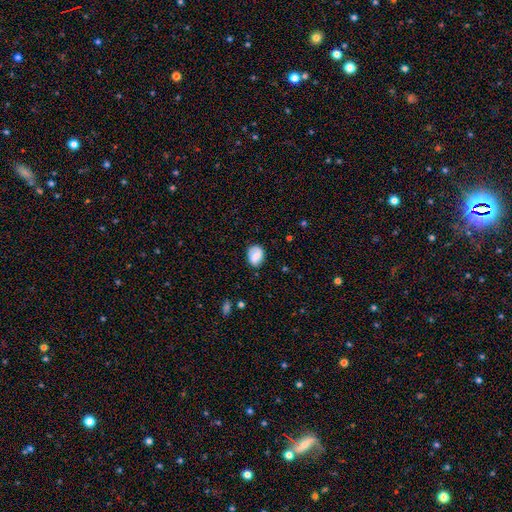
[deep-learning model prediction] smooth 70%, featured or disk 22%, star or artifact 8%. Down the decision tree: how rounded — in between (61%); merging — none (70%).